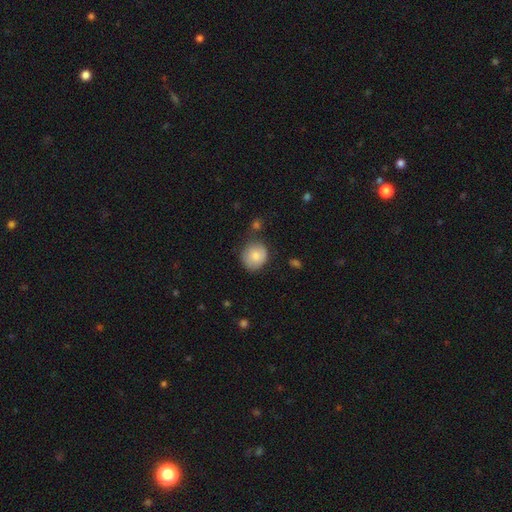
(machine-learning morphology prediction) A smooth galaxy with no disk features (82%) that is round (82%).

Vote fractions:
- Smooth or featured? smooth: 82% / featured or disk: 11% / star or artifact: 7%
- How rounded? round: 82% / in between: 18% / cigar-shaped: 1%
- Merging? none: 71% / minor disturbance: 20% / major disturbance: 5% / merger: 5%